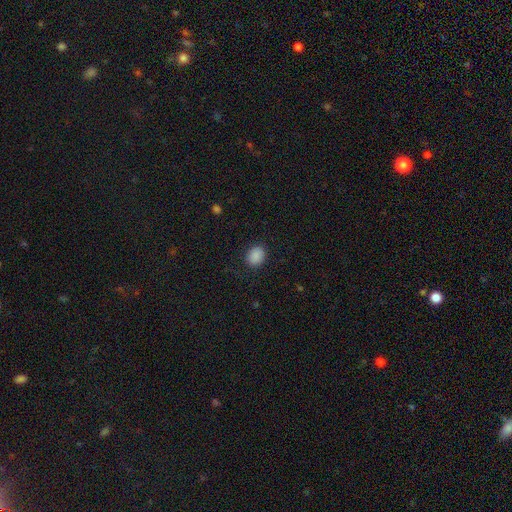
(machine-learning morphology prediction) smooth_or_featured: smooth (p=0.88) [alt: star or artifact p=0.09]
how_rounded: round (p=0.50) [alt: in between p=0.49]
merging: none (p=0.86) [alt: minor disturbance p=0.10]